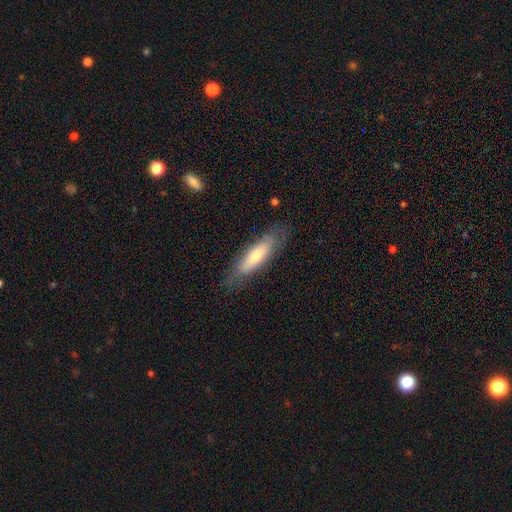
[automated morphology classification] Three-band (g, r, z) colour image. It shows a smooth galaxy with no disk features (61%) that is cigar-shaped (61%). Merging: none (75%).